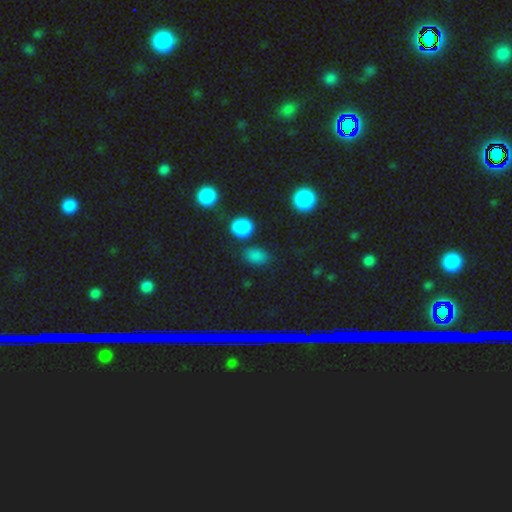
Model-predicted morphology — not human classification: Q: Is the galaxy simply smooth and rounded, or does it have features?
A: smooth — 72%.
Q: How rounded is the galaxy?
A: in between — 64%.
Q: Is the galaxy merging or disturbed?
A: none — 77%.